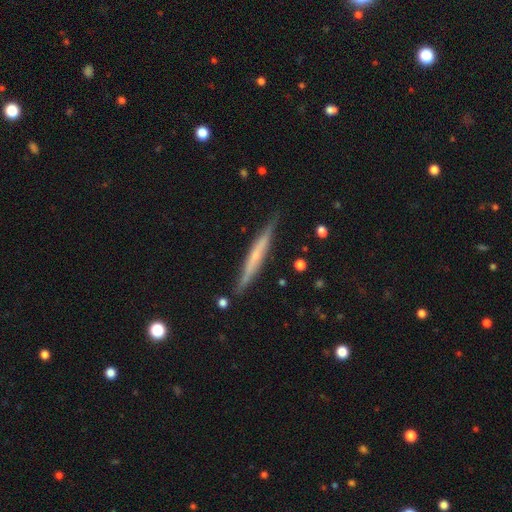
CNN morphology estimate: smooth-or-featured: featured or disk: 55% | smooth: 39% | star or artifact: 6%
  disk-edge-on: yes: 95% | no: 5%
    edge-on-bulge: none: 65% | rounded: 27% | boxy: 8%
  merging: none: 83% | minor disturbance: 12% | merger: 2% | major disturbance: 2%